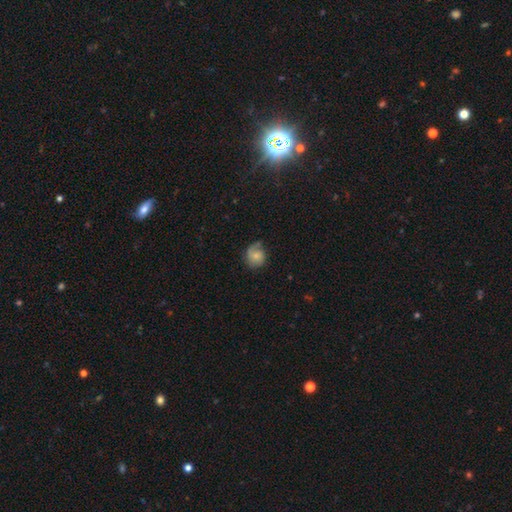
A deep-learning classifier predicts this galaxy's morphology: Smooth or featured? smooth (49%)
Merging? none (54%)